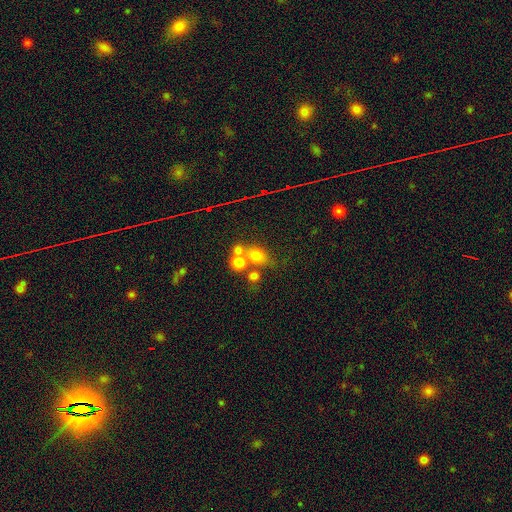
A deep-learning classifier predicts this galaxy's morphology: Smooth or featured? smooth (67%)
How rounded? round (64%)
Merging? none (47%)